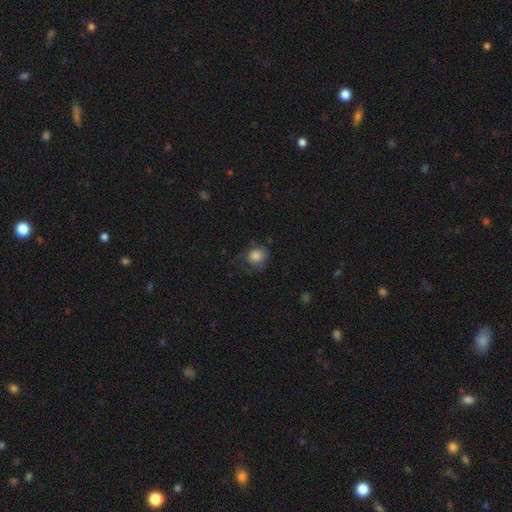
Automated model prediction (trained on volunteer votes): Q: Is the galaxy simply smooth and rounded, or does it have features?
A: smooth — 80%.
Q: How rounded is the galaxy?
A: round — 76%.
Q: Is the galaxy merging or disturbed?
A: none — 54%.